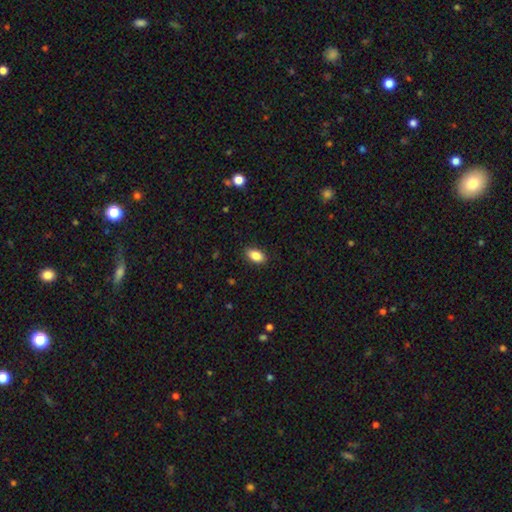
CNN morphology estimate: smooth_or_featured: smooth (p=0.85) [alt: star or artifact p=0.08]
how_rounded: in between (p=0.90) [alt: round p=0.07]
merging: none (p=0.88) [alt: minor disturbance p=0.09]